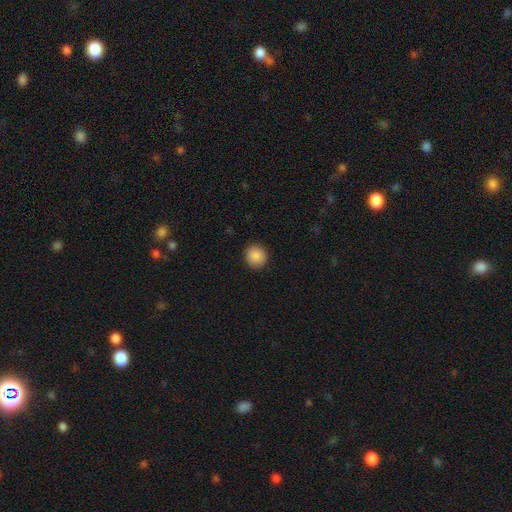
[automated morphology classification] This is clearly a smooth galaxy (88%). How rounded: clearly round (91%). Merging: clearly none (92%).